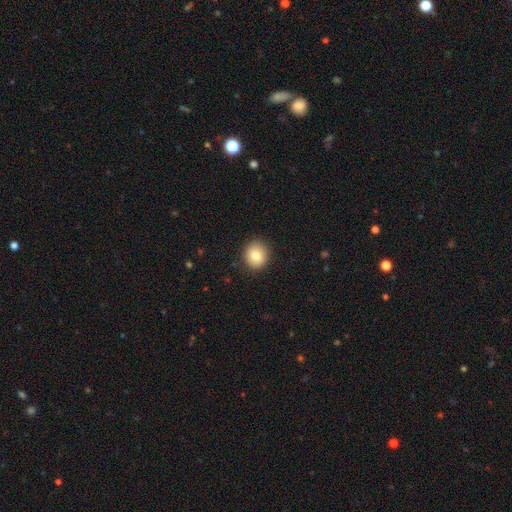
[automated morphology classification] type=smooth (82%); roundness=round (82%); merging=none (89%).